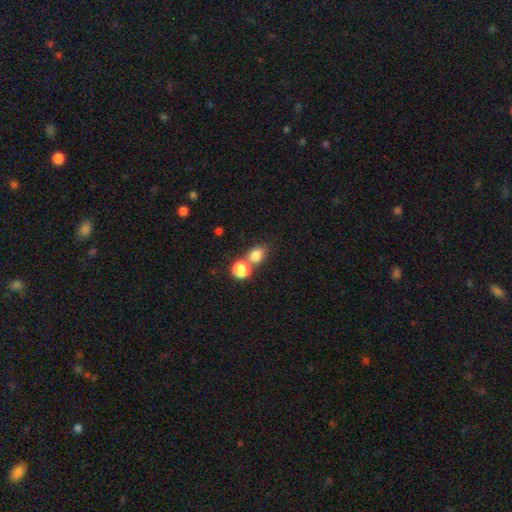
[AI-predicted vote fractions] Smooth or featured? smooth (80%)
How rounded? round (60%)
Merging? none (48%)